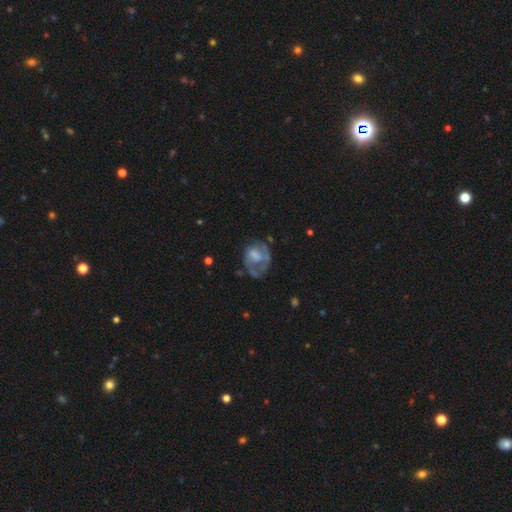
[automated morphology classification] This is possibly a featured or disk galaxy (55%). It is clearly not viewed edge-on (97%). Bar: likely no (70%). Spiral arm pattern: possibly no (54%). Central bulge: marginally none (35%). Merging: marginally none (40%).